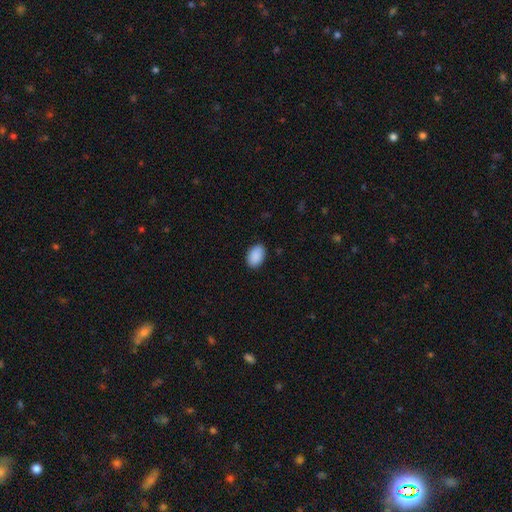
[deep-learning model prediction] Overall: smooth (91%). How rounded: in between (89%). Merging: none (88%).